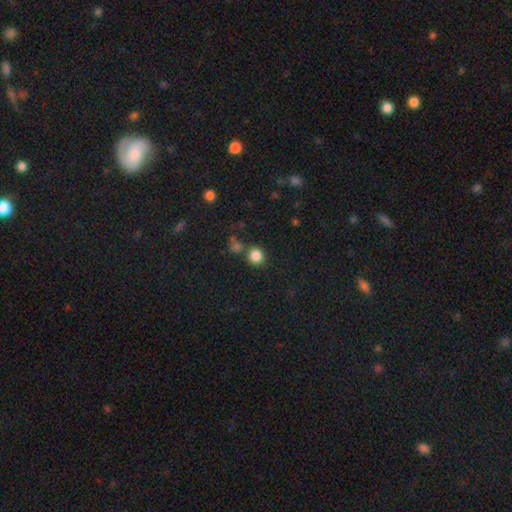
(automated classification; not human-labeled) A smooth galaxy with no disk features (84%) that is round (87%).

Vote fractions:
- Smooth or featured? smooth: 84% / star or artifact: 12% / featured or disk: 4%
- How rounded? round: 87% / in between: 12% / cigar-shaped: 1%
- Merging? none: 76% / merger: 11% / minor disturbance: 9% / major disturbance: 3%